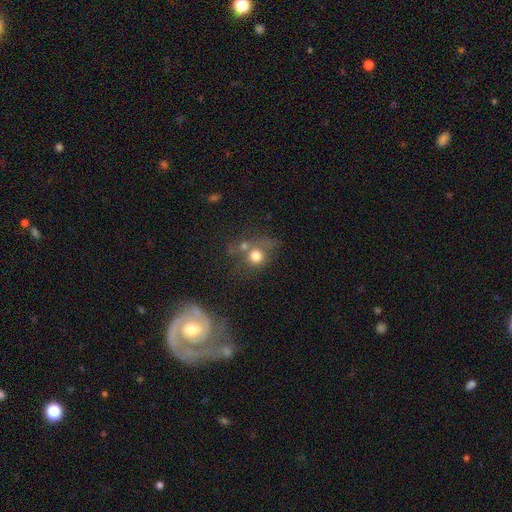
Volunteers were most divided on "smooth or featured": featured or disk: 50%, smooth: 45%, star or artifact: 5%. Remaining: bar — no (94%); edge-on disk — no (90%); spiral arms — yes (61%); bulge size — moderate (56%); spiral winding — medium (55%); spiral arm count — 1 (45%); merging — none (37%).